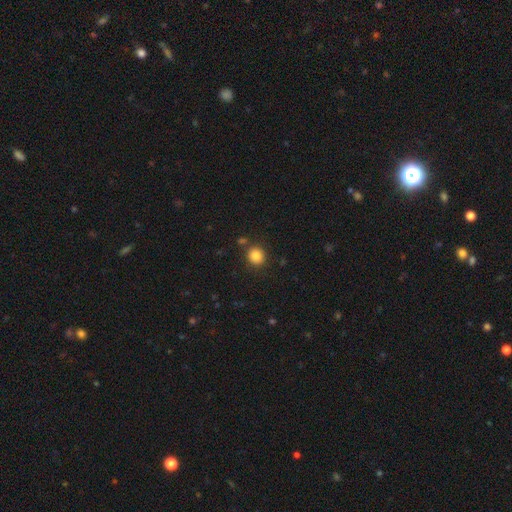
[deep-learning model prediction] A smooth galaxy with no disk features (86%) that is round (88%).

Vote fractions:
- Smooth or featured? smooth: 86% / star or artifact: 10% / featured or disk: 4%
- How rounded? round: 88% / in between: 11% / cigar-shaped: 1%
- Merging? none: 84% / minor disturbance: 8% / merger: 5% / major disturbance: 3%